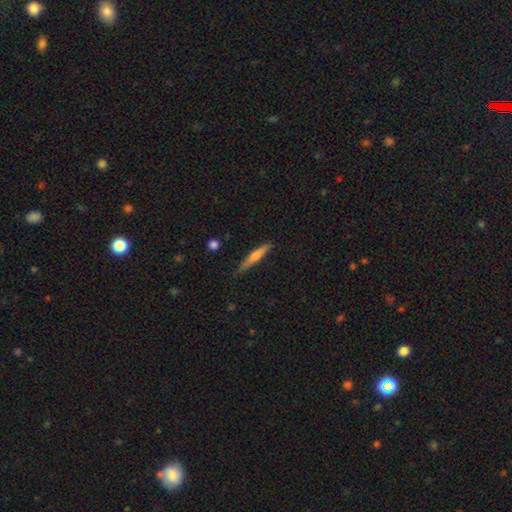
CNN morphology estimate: smooth 54%, featured or disk 40%, star or artifact 6%. Down the decision tree: how rounded — cigar-shaped (90%); merging — none (81%).